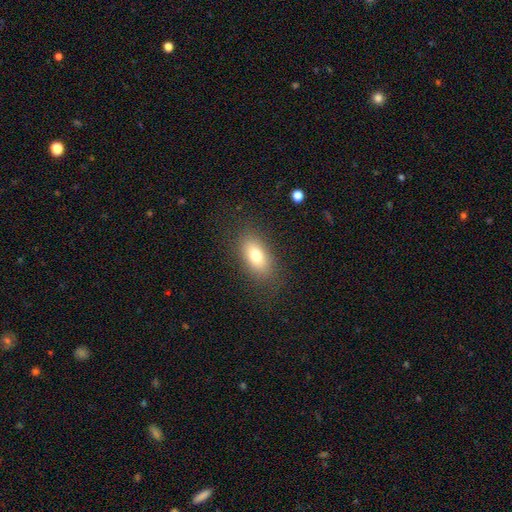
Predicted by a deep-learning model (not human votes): Smooth or featured? Predicted: smooth (p=0.77). How rounded? Predicted: in between (p=0.88). Merging? Predicted: none (p=0.83).